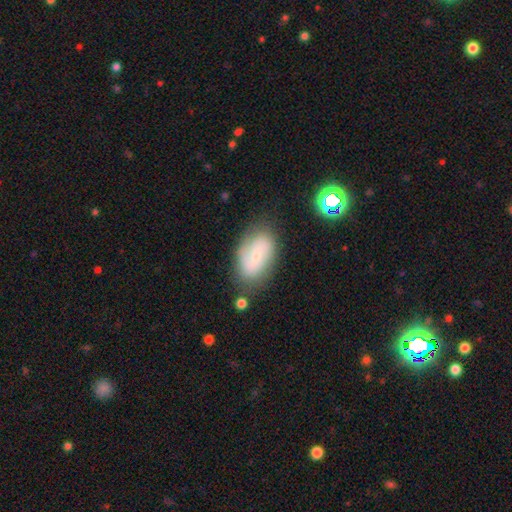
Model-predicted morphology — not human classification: Smooth or featured?
  - featured or disk: 50% *
  - smooth: 40%
  - star or artifact: 10%
Edge-on disk?
  - no: 95% *
  - yes: 5%
Merging?
  - none: 71% *
  - minor disturbance: 19%
  - major disturbance: 6%
  - merger: 4%